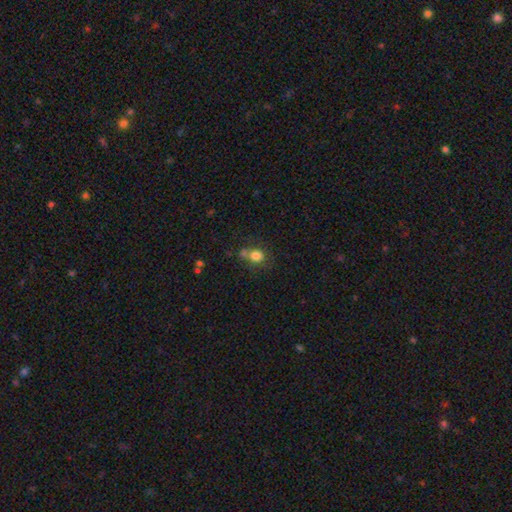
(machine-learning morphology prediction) type=smooth (79%); roundness=round (62%); merging=none (50%).